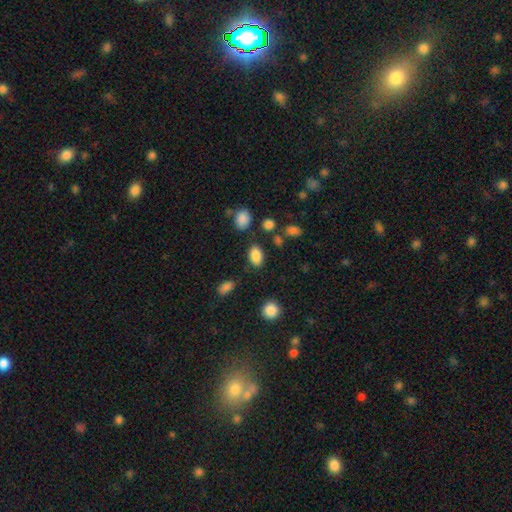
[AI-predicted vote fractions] Q: Smooth or featured?
A: smooth (84%); runner-up: star or artifact (10%)
Q: How rounded?
A: in between (89%); runner-up: round (9%)
Q: Merging?
A: none (80%); runner-up: minor disturbance (12%)